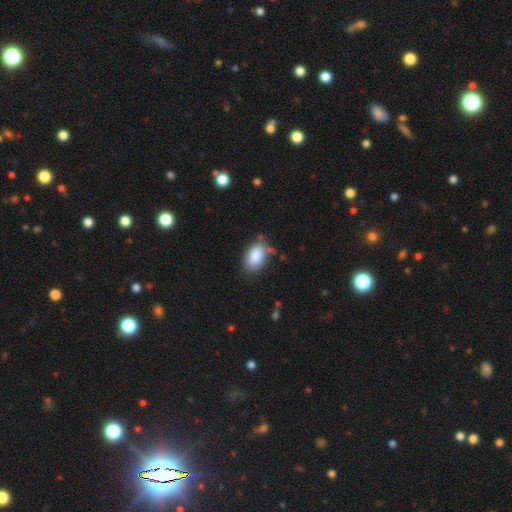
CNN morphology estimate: Overall: smooth (87%). How rounded: in between (92%). Merging: none (74%).